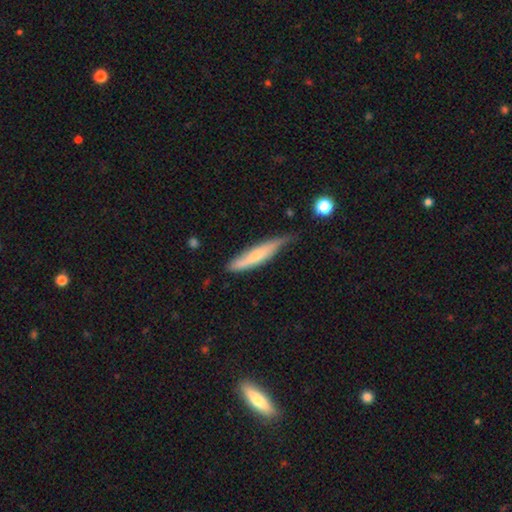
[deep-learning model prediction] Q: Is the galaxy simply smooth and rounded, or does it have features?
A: smooth — 60%.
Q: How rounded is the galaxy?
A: cigar-shaped — 86%.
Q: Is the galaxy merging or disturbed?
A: none — 50%.